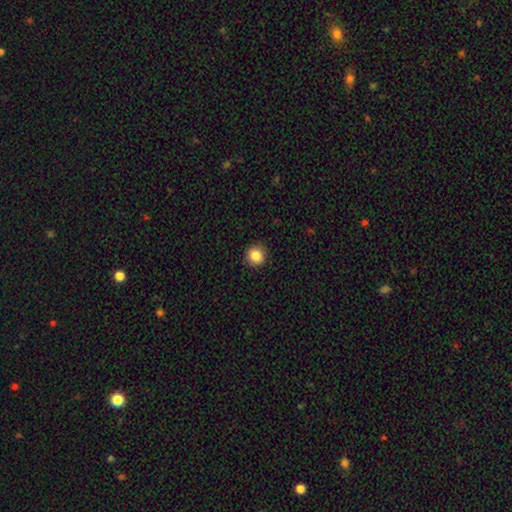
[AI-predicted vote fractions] Morphology: type=smooth (85%); roundness=round (92%); merging=none (91%).